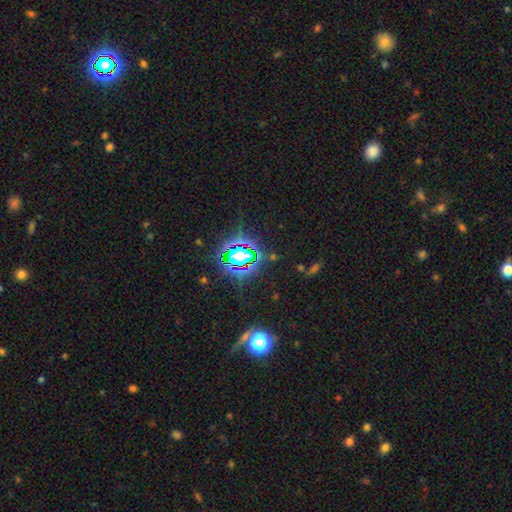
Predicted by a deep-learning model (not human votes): Smooth or featured? star or artifact (79%)